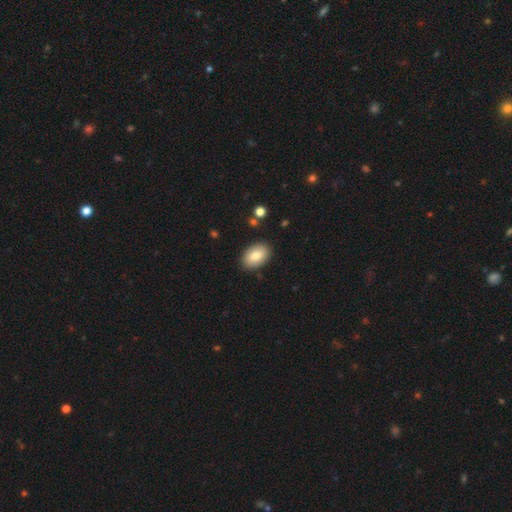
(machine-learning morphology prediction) This appears to be a smooth galaxy with no disk features (83%) that is in between round and cigar-shaped (90%). Merging: none (88%).